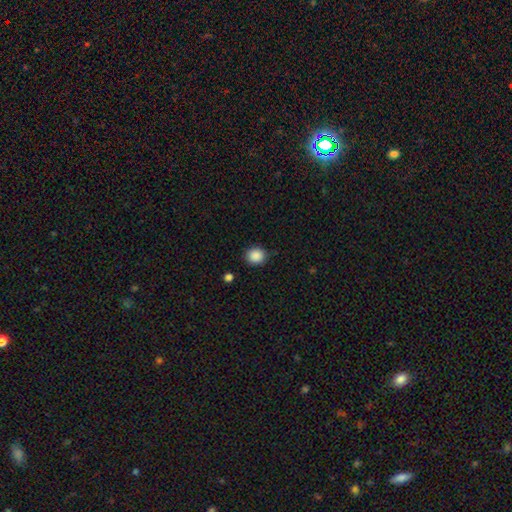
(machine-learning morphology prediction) Smooth or featured? smooth (88%)
How rounded? round (81%)
Merging? none (86%)